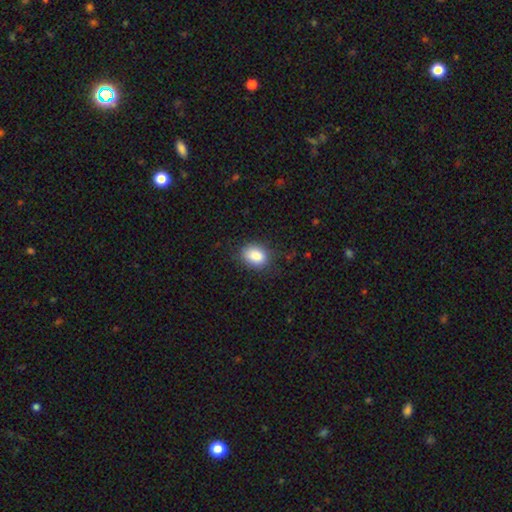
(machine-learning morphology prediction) type=smooth (87%); roundness=in between (72%); merging=none (80%).